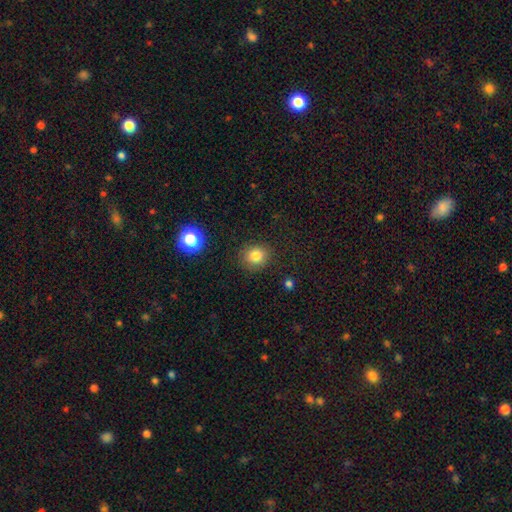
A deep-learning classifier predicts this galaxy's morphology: Q: Smooth or featured?
A: smooth (82%); runner-up: star or artifact (12%)
Q: How rounded?
A: round (84%); runner-up: in between (15%)
Q: Merging?
A: none (88%); runner-up: minor disturbance (8%)